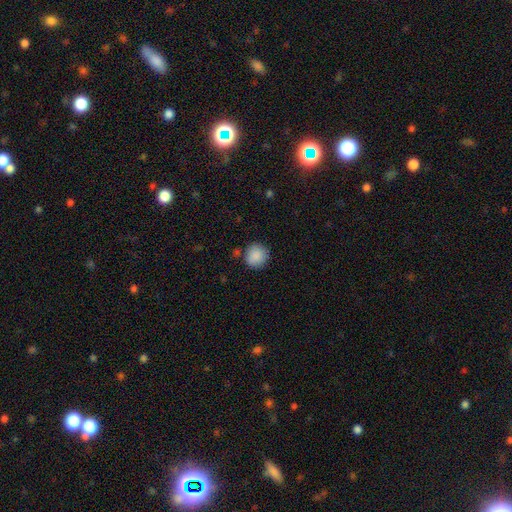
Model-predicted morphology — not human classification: smooth_or_featured: smooth (p=0.88) [alt: star or artifact p=0.08]
how_rounded: round (p=0.91) [alt: in between p=0.08]
merging: none (p=0.82) [alt: minor disturbance p=0.11]